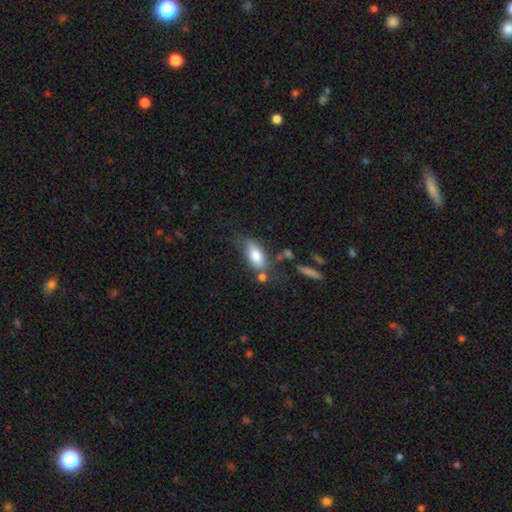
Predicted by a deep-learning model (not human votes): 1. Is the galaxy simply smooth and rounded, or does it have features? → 79% smooth, 14% featured or disk, 7% star or artifact.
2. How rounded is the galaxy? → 89% in between, 7% cigar-shaped, 4% round.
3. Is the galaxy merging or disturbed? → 54% none, 22% minor disturbance, 14% merger, 10% major disturbance.